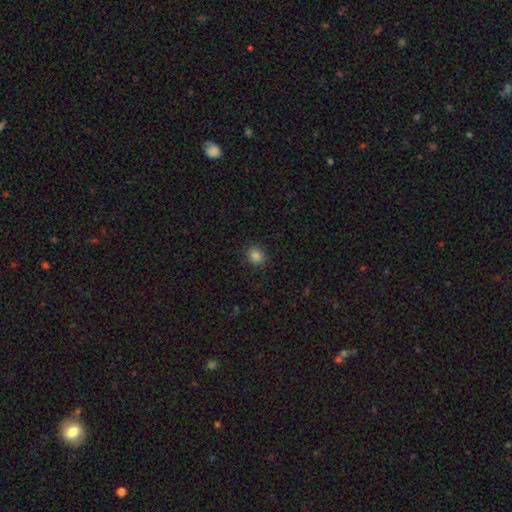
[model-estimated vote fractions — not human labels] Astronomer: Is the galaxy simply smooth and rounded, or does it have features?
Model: smooth — 84%.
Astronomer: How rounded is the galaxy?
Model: round — 68%.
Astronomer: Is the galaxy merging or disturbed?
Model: none — 89%.